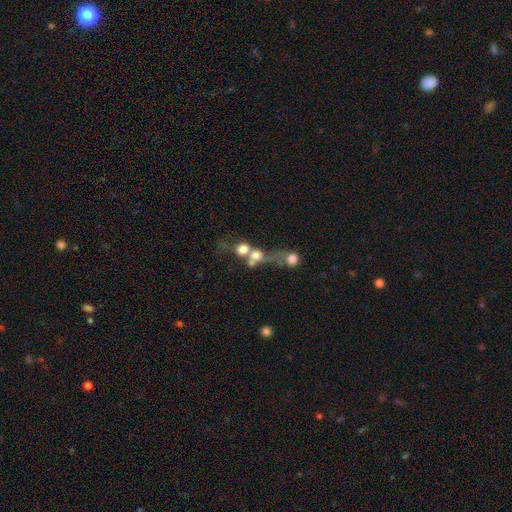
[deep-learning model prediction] Smooth or featured?
  - smooth: 62% *
  - featured or disk: 24%
  - star or artifact: 14%
How rounded?
  - round: 70% *
  - in between: 26%
  - cigar-shaped: 4%
Merging?
  - merger: 62% *
  - none: 19%
  - major disturbance: 12%
  - minor disturbance: 6%